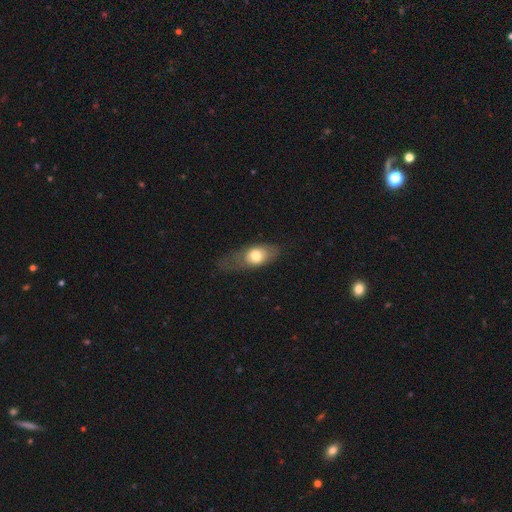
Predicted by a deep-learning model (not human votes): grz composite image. It shows a smooth galaxy with no disk features (67%) that is in between round and cigar-shaped (79%). Merging: none (44%).